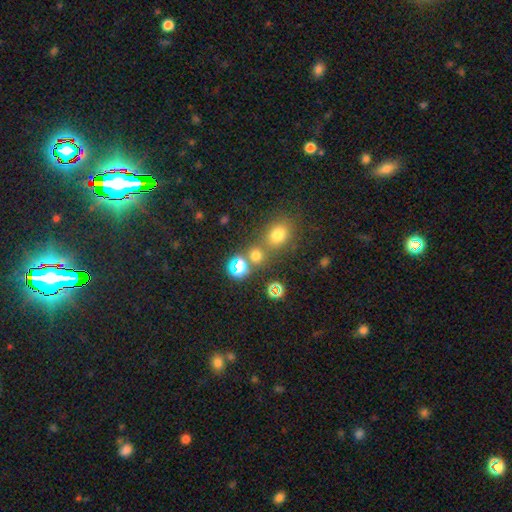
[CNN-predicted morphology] This is possibly a smooth galaxy (59%). How rounded: likely round (78%). Merging: likely none (61%).